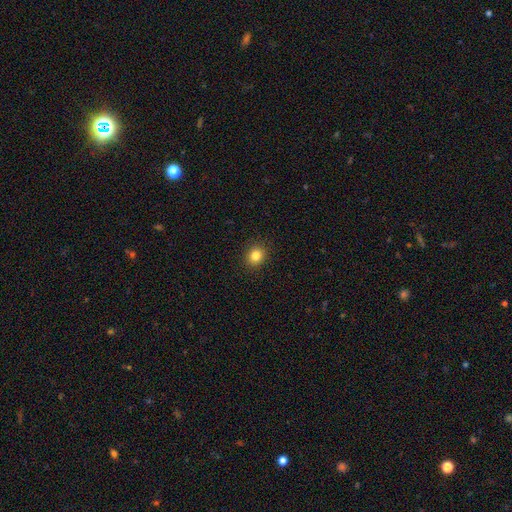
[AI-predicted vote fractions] Smooth or featured?
  - smooth: 83% *
  - star or artifact: 12%
  - featured or disk: 5%
How rounded?
  - round: 77% *
  - in between: 23%
  - cigar-shaped: 1%
Merging?
  - none: 91% *
  - minor disturbance: 6%
  - major disturbance: 2%
  - merger: 1%